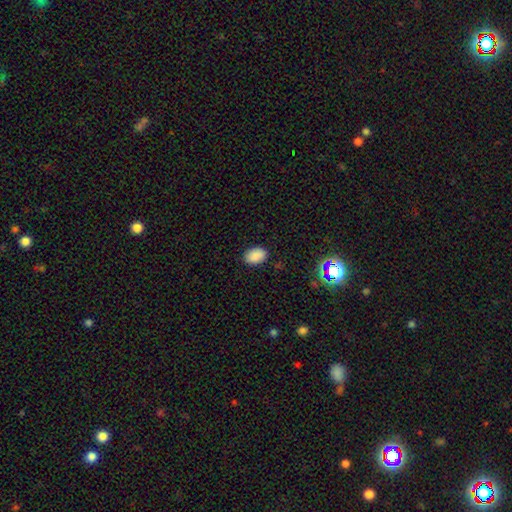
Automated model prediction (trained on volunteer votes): Smooth or featured? Predicted: smooth (p=0.88). How rounded? Predicted: in between (p=0.86). Merging? Predicted: none (p=0.87).